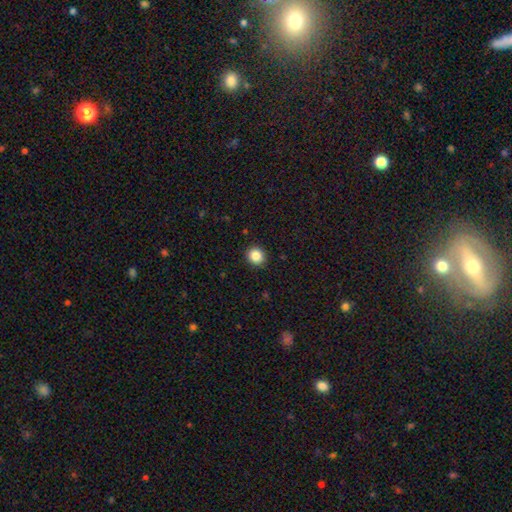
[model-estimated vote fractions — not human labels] This appears to be a smooth galaxy with no disk features (86%) that is round (86%). Merging: none (91%).